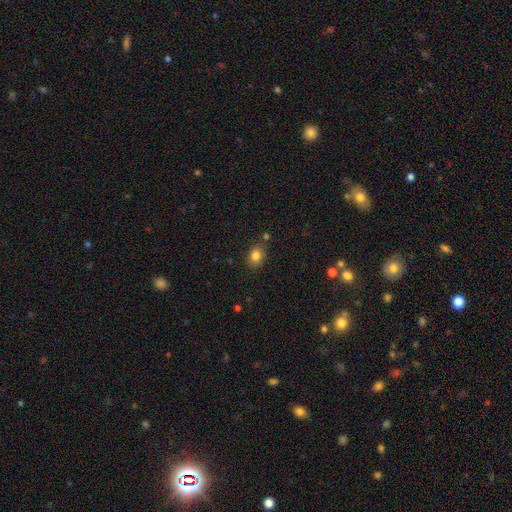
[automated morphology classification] Overall: smooth (83%). How rounded: in between (55%; round 44%). Merging: none (79%).